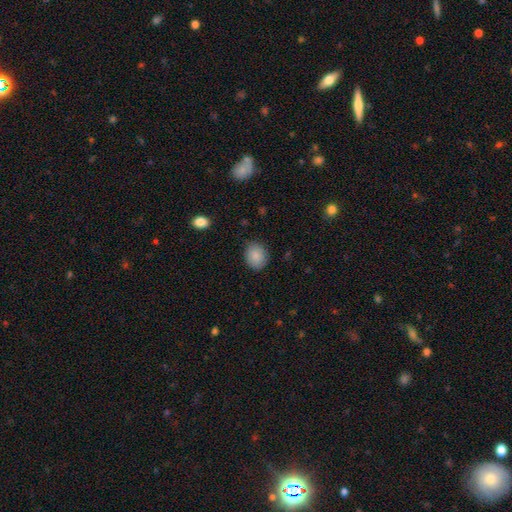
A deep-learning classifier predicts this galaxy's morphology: Smooth or featured? Predicted: smooth (p=0.86). How rounded? Predicted: round (p=0.55). Merging? Predicted: none (p=0.84).